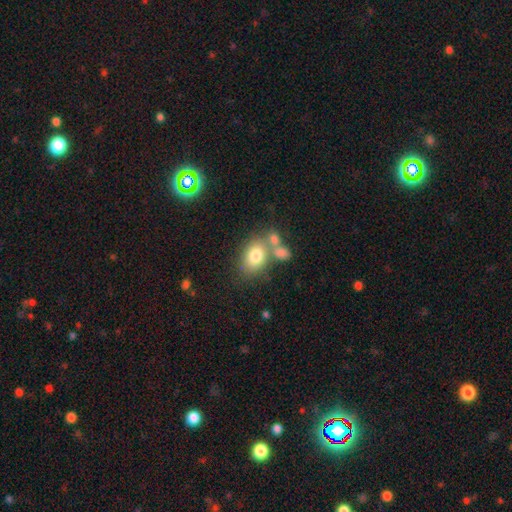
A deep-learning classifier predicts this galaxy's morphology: This is likely a smooth galaxy (77%). How rounded: likely in between (75%). Merging: possibly none (51%).